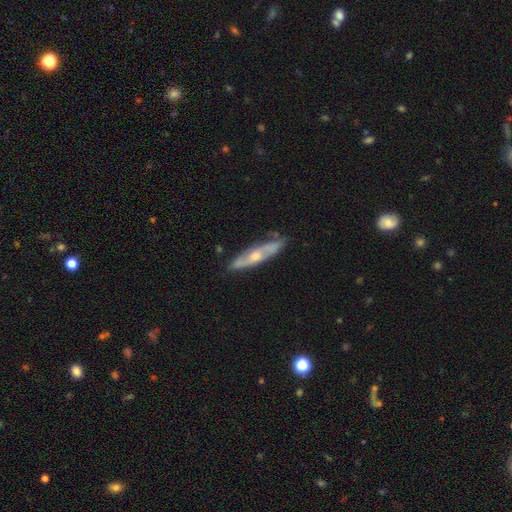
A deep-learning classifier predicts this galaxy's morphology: The model was most divided on "edge-on disk": yes: 52%, no: 48%. More confident: merging — none (80%); smooth or featured — featured or disk (67%).